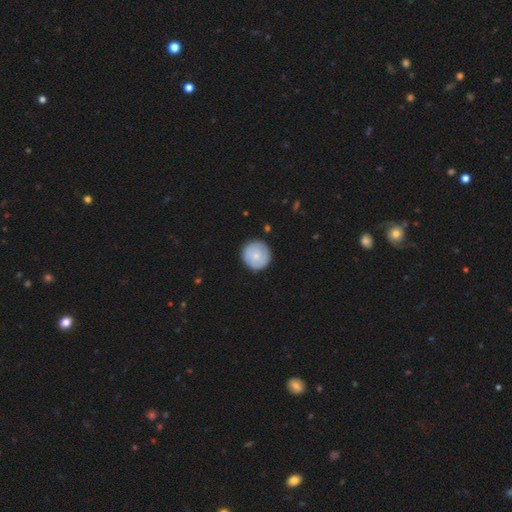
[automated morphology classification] smooth-or-featured: smooth: 66% | featured or disk: 28% | star or artifact: 6%
  how-rounded: round: 95% | in between: 4% | cigar-shaped: 1%
  merging: none: 88% | minor disturbance: 9% | major disturbance: 2% | merger: 1%